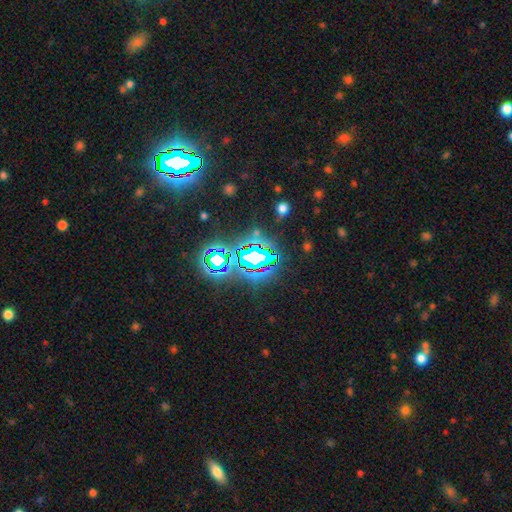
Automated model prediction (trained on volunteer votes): smooth_or_featured: star or artifact (p=0.74) [alt: smooth p=0.14]